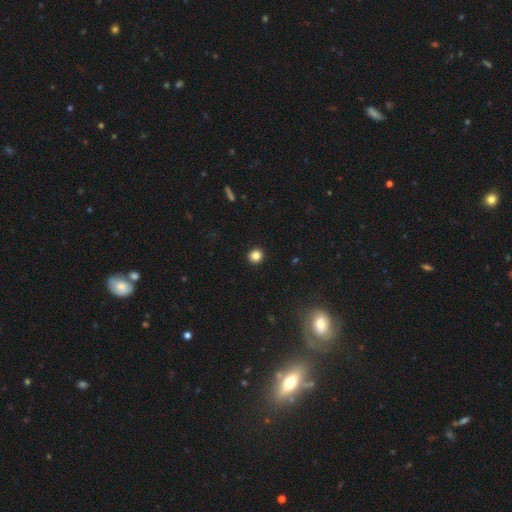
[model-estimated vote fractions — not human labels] smooth 85%, star or artifact 11%, featured or disk 4%. Down the decision tree: how rounded — round (94%); merging — none (93%).